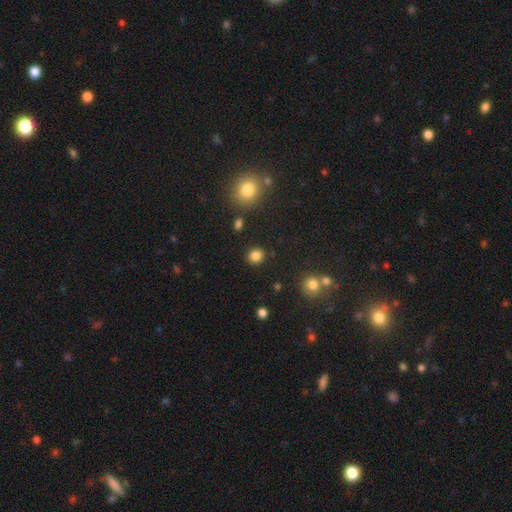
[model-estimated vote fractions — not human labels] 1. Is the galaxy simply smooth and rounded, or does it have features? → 85% smooth, 12% star or artifact, 4% featured or disk.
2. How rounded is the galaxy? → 80% round, 19% in between, 1% cigar-shaped.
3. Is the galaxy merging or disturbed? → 88% none, 7% minor disturbance, 2% major disturbance, 2% merger.